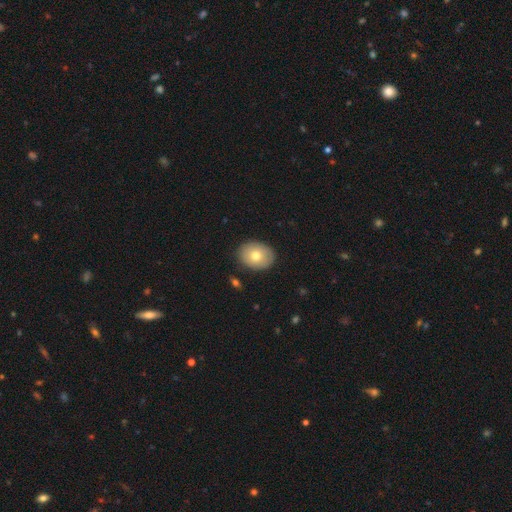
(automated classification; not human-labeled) A smooth galaxy with no disk features (74%) that is in between round and cigar-shaped (62%). Merging: none (88%).